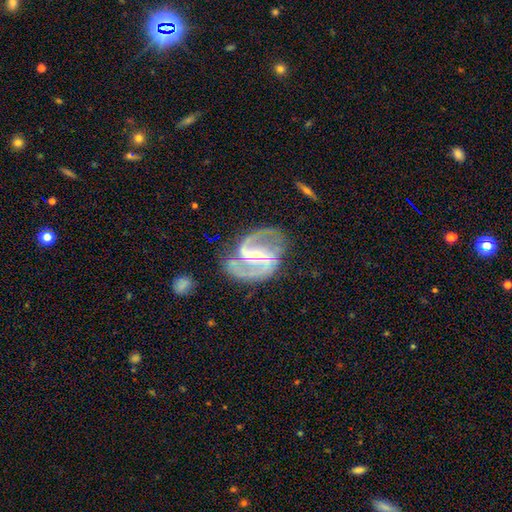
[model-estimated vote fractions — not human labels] smooth-or-featured: featured or disk: 91% | star or artifact: 5% | smooth: 4%
  disk-edge-on: no: 98% | yes: 2%
    bar: weak: 43% (tied) | strong: 43% (tied) | no: 14%
    has-spiral-arms: yes: 97% | no: 3%
      spiral-winding: medium: 55% | loose: 27% | tight: 18%
      spiral-arm-count: 2: 83% | 3: 6% | can't tell: 5% | 1: 3% | 4: 2% | more than 4: 2%
    bulge-size: small: 68% | moderate: 27% | none: 3% | large: 2% | dominant: 1%
  merging: none: 67% | minor disturbance: 19% | major disturbance: 11% | merger: 3%